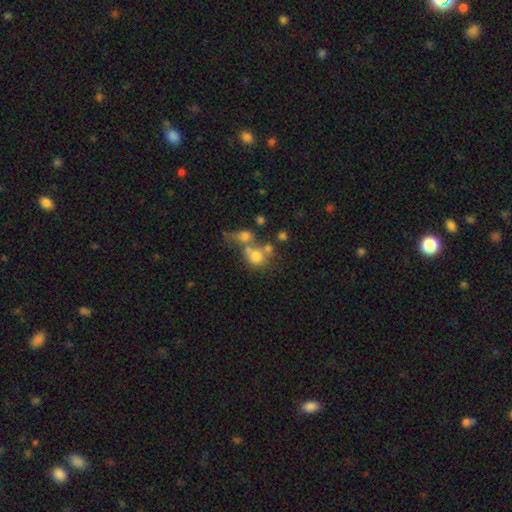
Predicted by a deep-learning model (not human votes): Smooth or featured? Predicted: smooth (p=0.68). How rounded? Predicted: round (p=0.72). Merging? Predicted: merger (p=0.48).